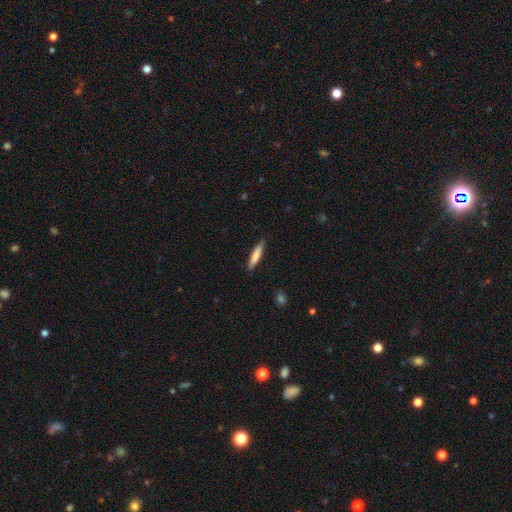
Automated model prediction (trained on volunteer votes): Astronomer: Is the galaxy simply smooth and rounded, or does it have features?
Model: smooth — 79%.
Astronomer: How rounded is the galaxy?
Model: cigar-shaped — 88%.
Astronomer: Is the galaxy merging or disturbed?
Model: none — 87%.